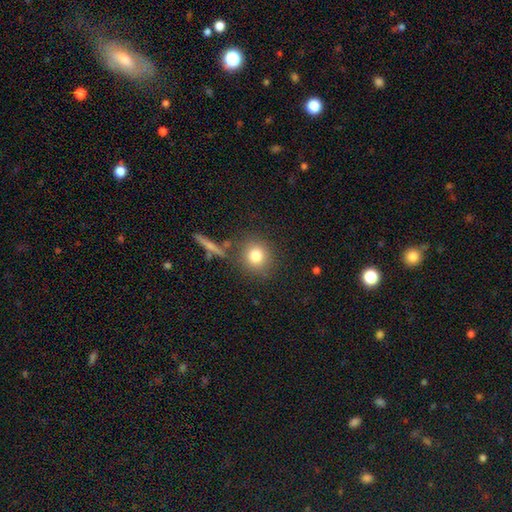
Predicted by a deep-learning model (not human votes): Smooth or featured? Predicted: smooth (p=0.79). How rounded? Predicted: round (p=0.88). Merging? Predicted: none (p=0.80).